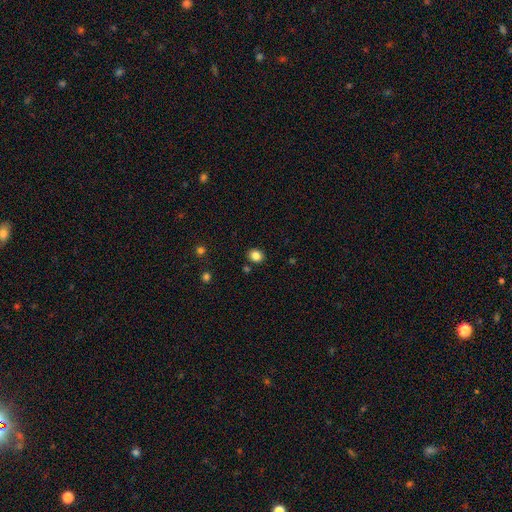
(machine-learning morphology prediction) This appears to be a smooth galaxy with no disk features (84%) that is round (67%). Merging: none (86%).